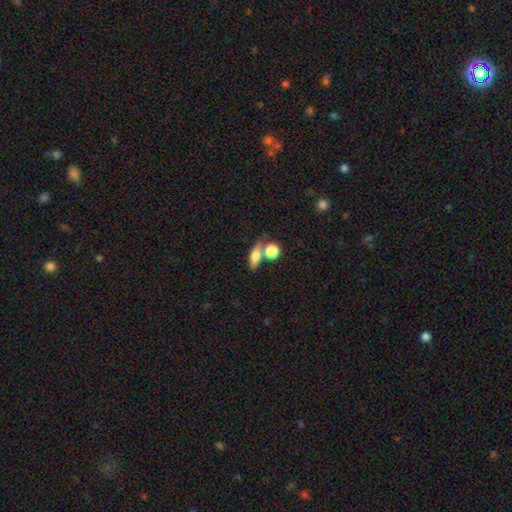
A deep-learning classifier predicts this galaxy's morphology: Smooth or featured? Predicted: smooth (p=0.66). How rounded? Predicted: in between (p=0.52). Merging? Predicted: none (p=0.54).